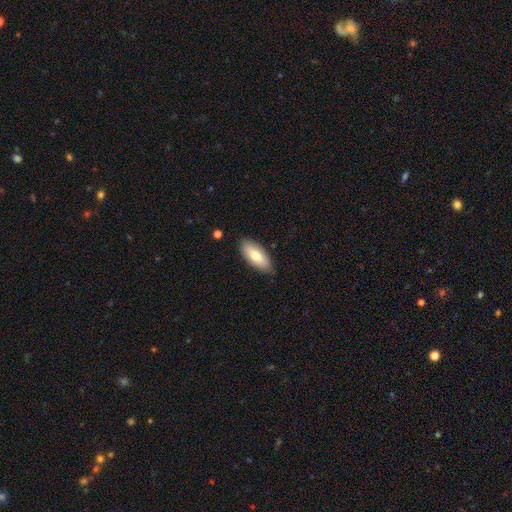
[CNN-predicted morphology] Smooth or featured?
  - smooth: 73% *
  - featured or disk: 21%
  - star or artifact: 6%
How rounded?
  - in between: 86% *
  - cigar-shaped: 12%
  - round: 2%
Merging?
  - none: 84% *
  - minor disturbance: 12%
  - major disturbance: 2%
  - merger: 1%